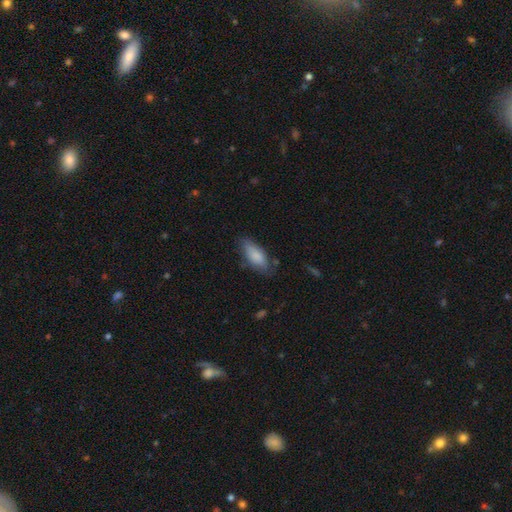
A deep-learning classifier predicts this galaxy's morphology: The model was most divided on "merging": none: 69%, minor disturbance: 24%, major disturbance: 6%, merger: 2%. More confident: smooth or featured — smooth (84%); how rounded — in between (82%).